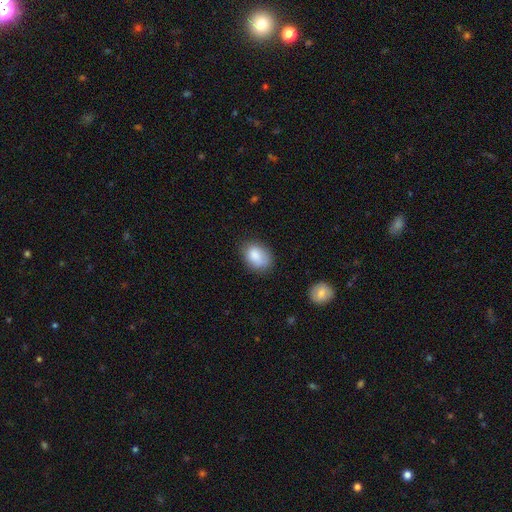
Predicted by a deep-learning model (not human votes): Smooth or featured? smooth (84%)
How rounded? in between (78%)
Merging? none (68%)